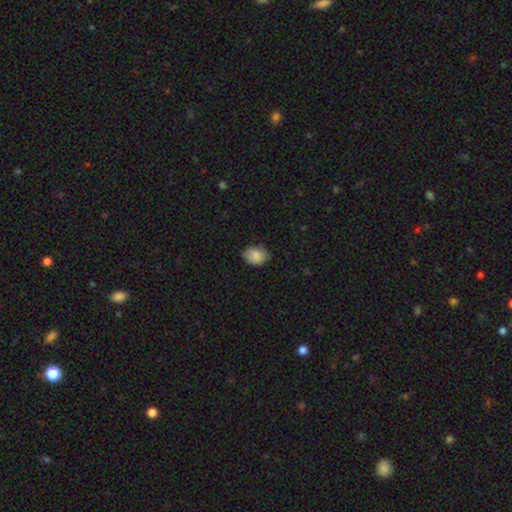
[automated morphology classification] smooth_or_featured: smooth (p=0.86) [alt: star or artifact p=0.08]
how_rounded: in between (p=0.64) [alt: round p=0.35]
merging: none (p=0.72) [alt: minor disturbance p=0.23]